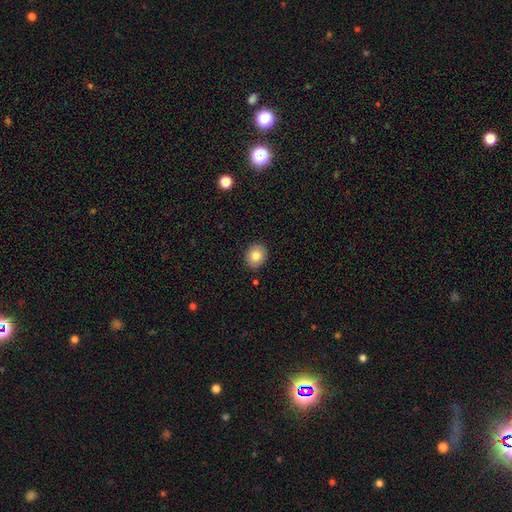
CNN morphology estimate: smooth_or_featured: smooth (p=0.82) [alt: featured or disk p=0.10]
how_rounded: round (p=0.64) [alt: in between p=0.35]
merging: none (p=0.89) [alt: minor disturbance p=0.08]